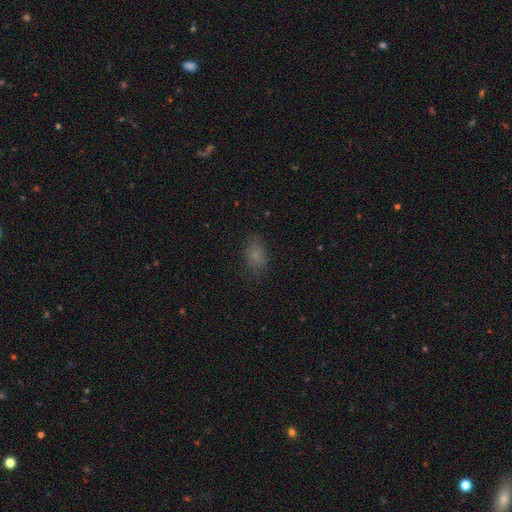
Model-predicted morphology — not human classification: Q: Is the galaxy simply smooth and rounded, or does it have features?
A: smooth — 76%.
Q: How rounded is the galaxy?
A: in between — 80%.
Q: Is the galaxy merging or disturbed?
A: none — 75%.